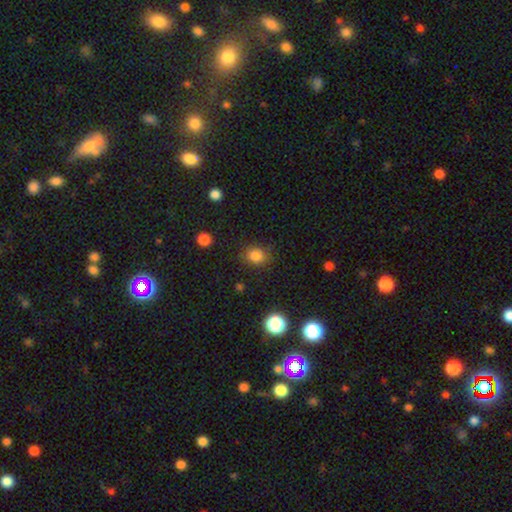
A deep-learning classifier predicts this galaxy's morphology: Smooth or featured?
  - smooth: 83% *
  - star or artifact: 12%
  - featured or disk: 5%
How rounded?
  - round: 65% *
  - in between: 34%
  - cigar-shaped: 1%
Merging?
  - none: 83% *
  - minor disturbance: 11%
  - major disturbance: 4%
  - merger: 2%